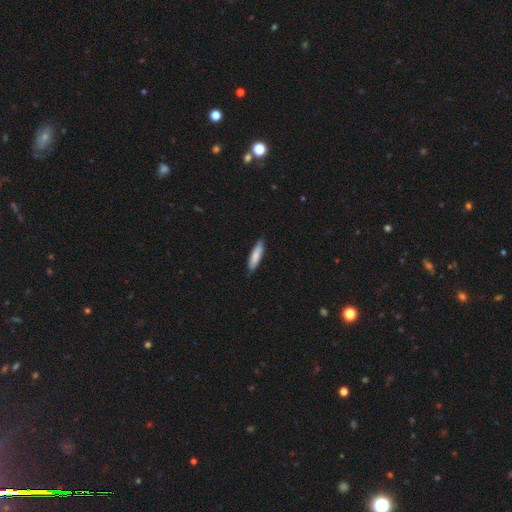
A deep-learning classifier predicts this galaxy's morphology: smooth-or-featured: smooth: 81% | featured or disk: 13% | star or artifact: 5%
  how-rounded: cigar-shaped: 73% | in between: 26% | round: 1%
  merging: none: 84% | minor disturbance: 14% | major disturbance: 2% | merger: 1%